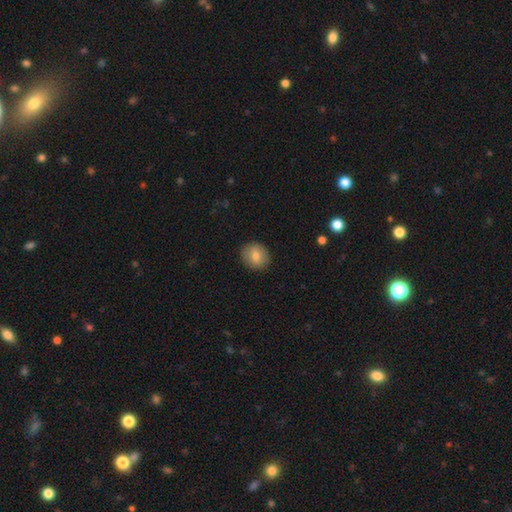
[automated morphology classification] A smooth galaxy with no disk features (80%) that is round (82%).

Vote fractions:
- Smooth or featured? smooth: 80% / featured or disk: 12% / star or artifact: 8%
- How rounded? round: 82% / in between: 17% / cigar-shaped: 1%
- Merging? none: 90% / minor disturbance: 7% / major disturbance: 2% / merger: 1%